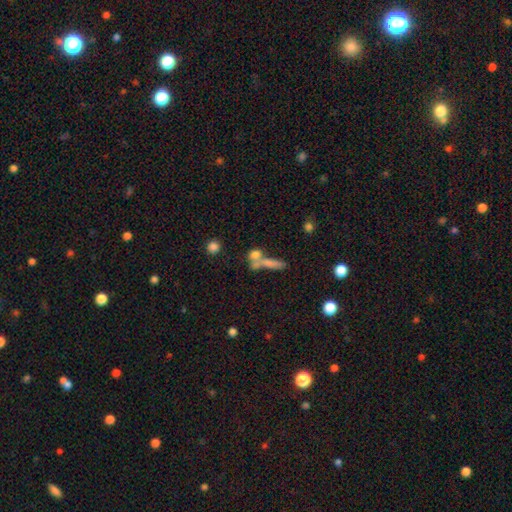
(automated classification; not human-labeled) Q: Smooth or featured?
A: smooth (66%); runner-up: featured or disk (21%)
Q: How rounded?
A: cigar-shaped (38%); runner-up: in between (33%)
Q: Merging?
A: merger (43%); runner-up: none (39%)